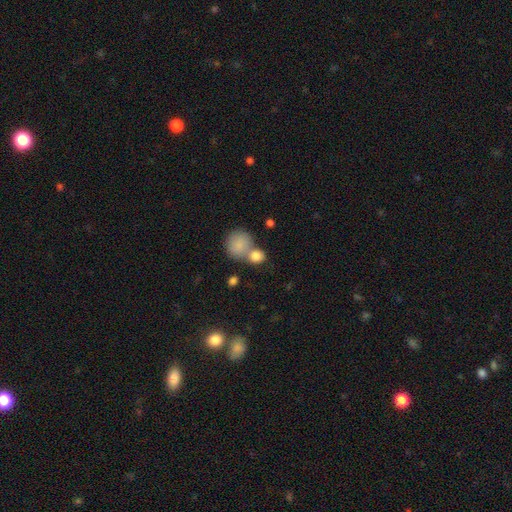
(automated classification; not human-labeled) The model was most divided on "merging": merger: 45%, none: 40%, minor disturbance: 10%, major disturbance: 5%. More confident: smooth or featured — smooth (83%); how rounded — round (68%).